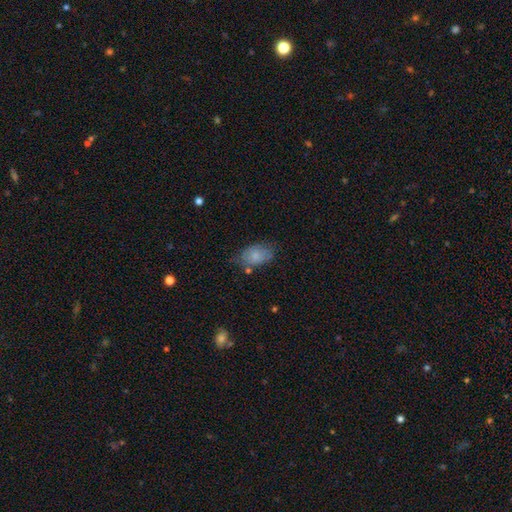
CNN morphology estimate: Smooth or featured: smooth — 76% (featured or disk — 17%)
How rounded: in between — 88% (round — 10%)
Merging: none — 58% (minor disturbance — 28%)